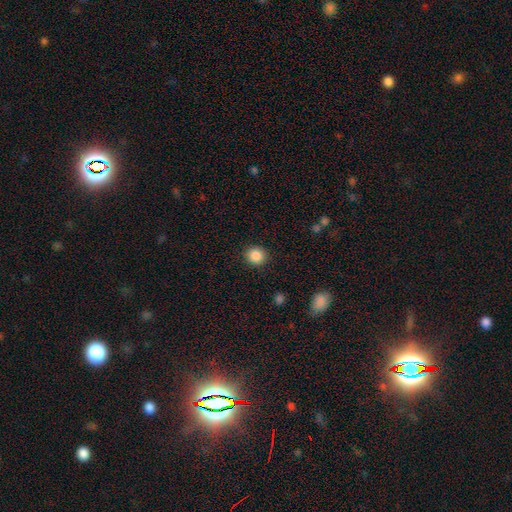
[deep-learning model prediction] Smooth or featured: smooth — 86% (star or artifact — 10%)
How rounded: round — 87% (in between — 12%)
Merging: none — 90% (minor disturbance — 6%)